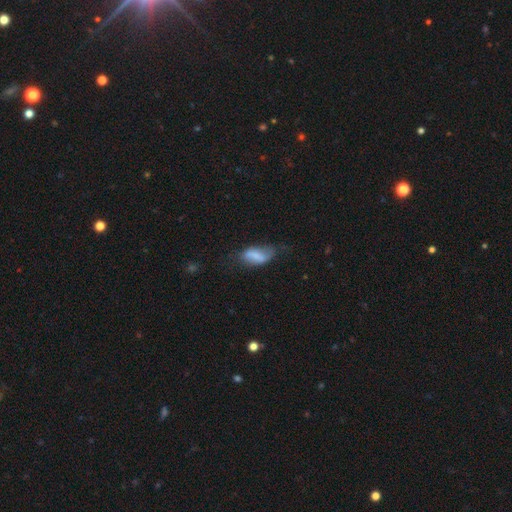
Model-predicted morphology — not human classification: Smooth or featured? smooth (63%)
How rounded? in between (88%)
Merging? none (43%)